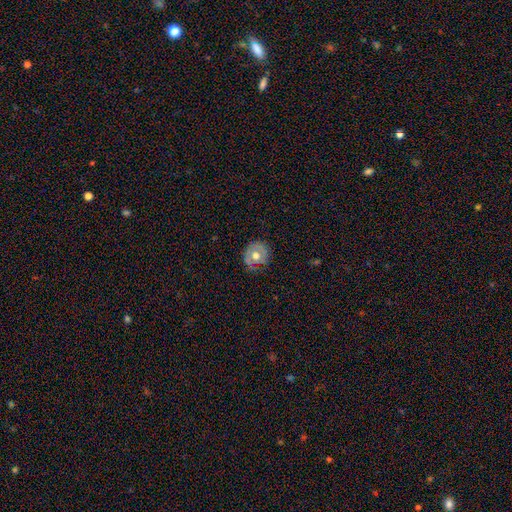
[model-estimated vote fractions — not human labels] This is possibly a smooth galaxy (47%). Merging: likely none (68%).